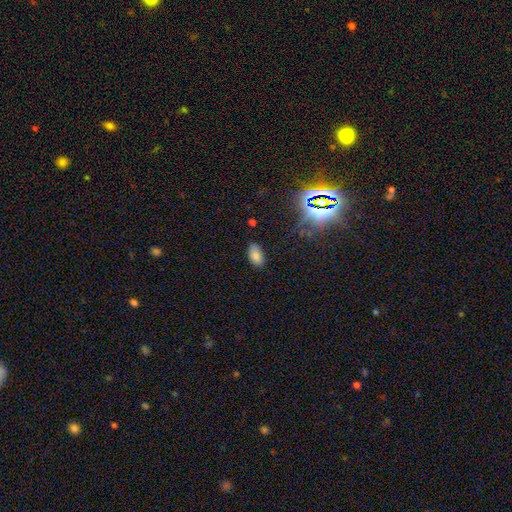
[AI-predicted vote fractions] This appears to be a smooth galaxy with no disk features (79%) that is in between round and cigar-shaped (93%). Merging: none (75%).